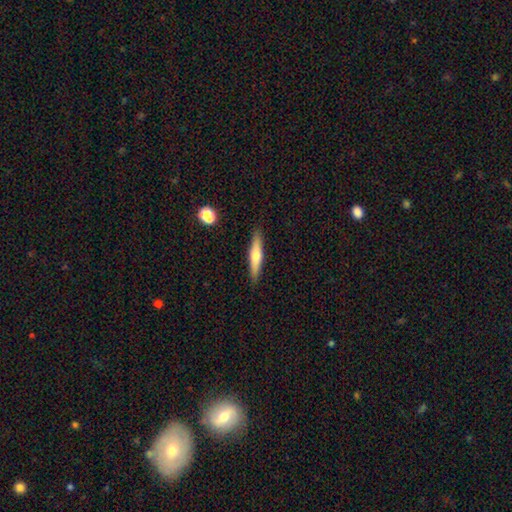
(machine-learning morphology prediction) The model was most divided on "smooth or featured": smooth: 49%, featured or disk: 45%, star or artifact: 6%. More confident: merging — none (90%).